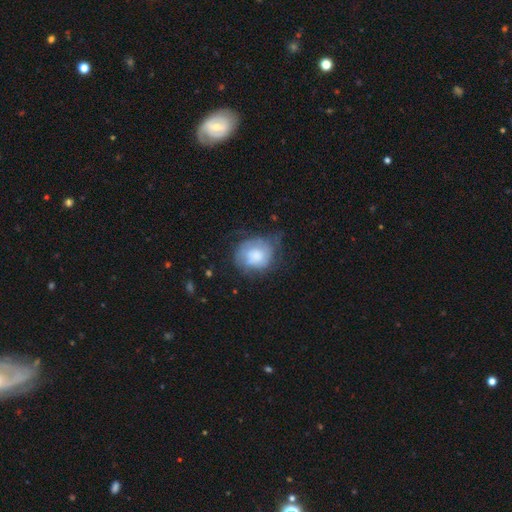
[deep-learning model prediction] This is possibly a smooth galaxy (57%). How rounded: likely round (67%). Merging: marginally none (42%).